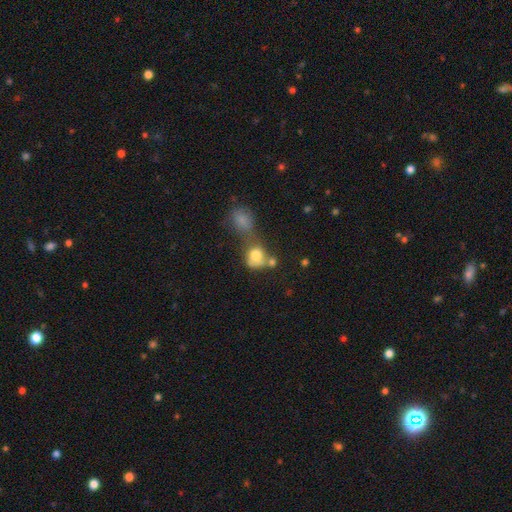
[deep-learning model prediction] Smooth or featured? smooth (75%)
How rounded? round (61%)
Merging? merger (52%)